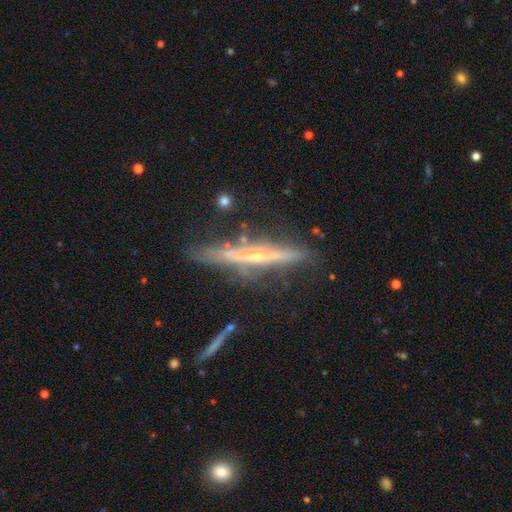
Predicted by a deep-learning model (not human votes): A featured or disk galaxy (77%) viewed edge-on (95%) with a rounded central bulge (52%). Merging: none (73%).